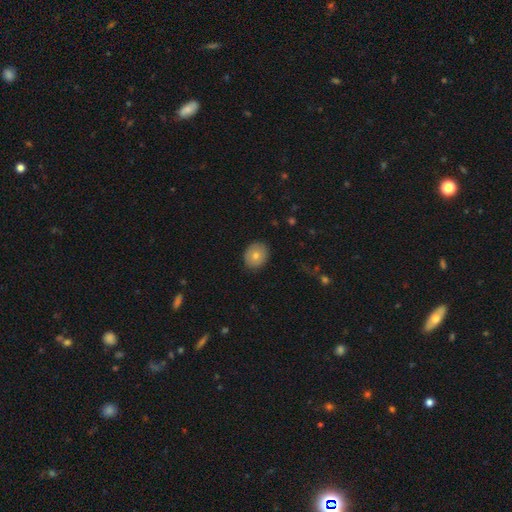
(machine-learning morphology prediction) Overall: smooth (73%). How rounded: round (67%; in between 32%). Merging: none (87%).